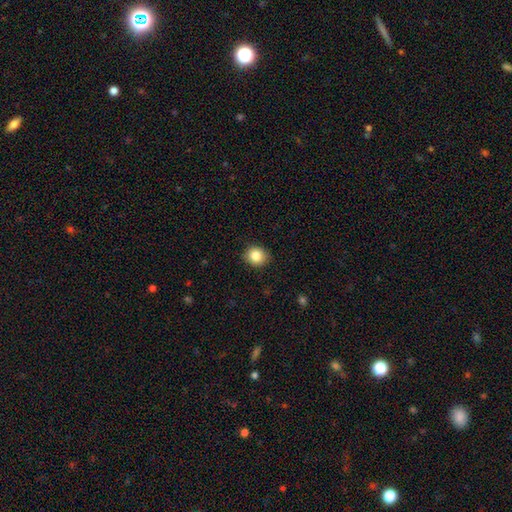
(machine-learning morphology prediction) The model was most divided on "how rounded": round: 77%, in between: 22%, cigar-shaped: 1%. More confident: merging — none (88%); smooth or featured — smooth (85%).